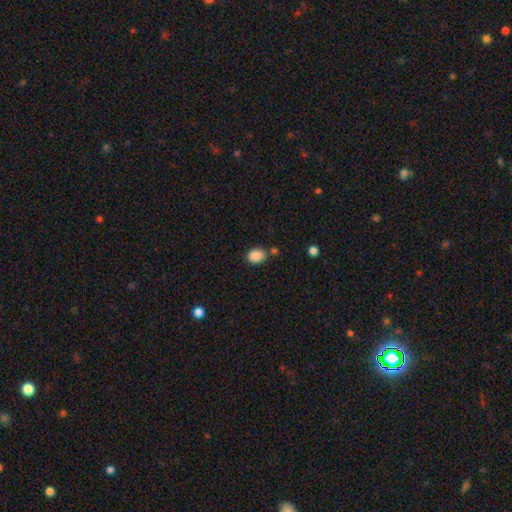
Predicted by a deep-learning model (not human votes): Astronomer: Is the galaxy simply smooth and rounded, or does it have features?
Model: smooth — 88%.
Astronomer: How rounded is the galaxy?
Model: in between — 68%.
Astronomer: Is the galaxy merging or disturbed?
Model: none — 70%.